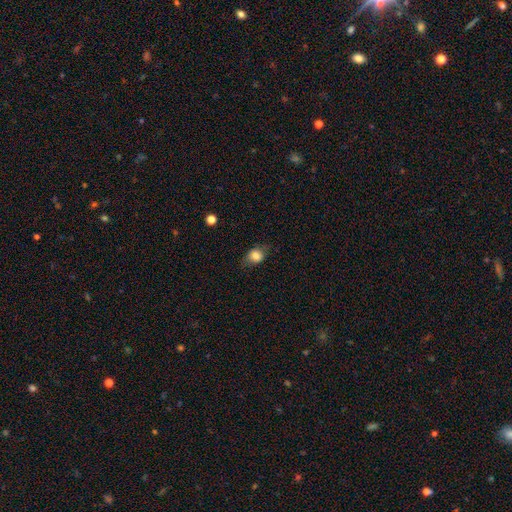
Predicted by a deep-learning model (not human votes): smooth 79%, featured or disk 12%, star or artifact 9%. Down the decision tree: how rounded — in between (55%); merging — none (71%).